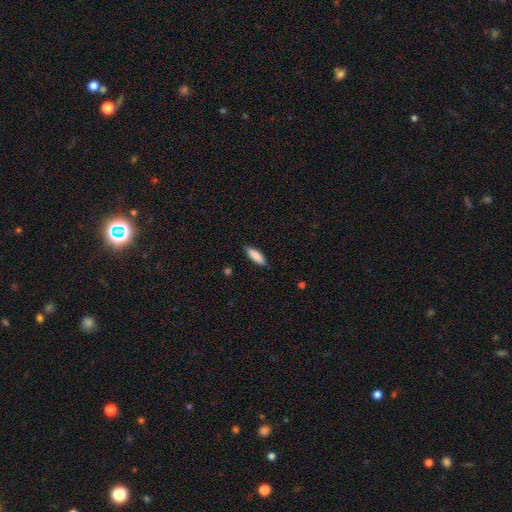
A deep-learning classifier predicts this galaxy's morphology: Smooth or featured? Predicted: smooth (p=0.85). How rounded? Predicted: cigar-shaped (p=0.50). Merging? Predicted: none (p=0.86).